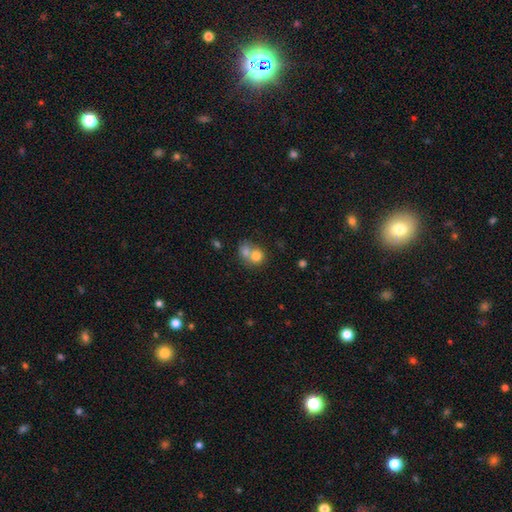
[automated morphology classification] smooth 74%, featured or disk 16%, star or artifact 10%. Down the decision tree: how rounded — round (74%); merging — merger (64%).